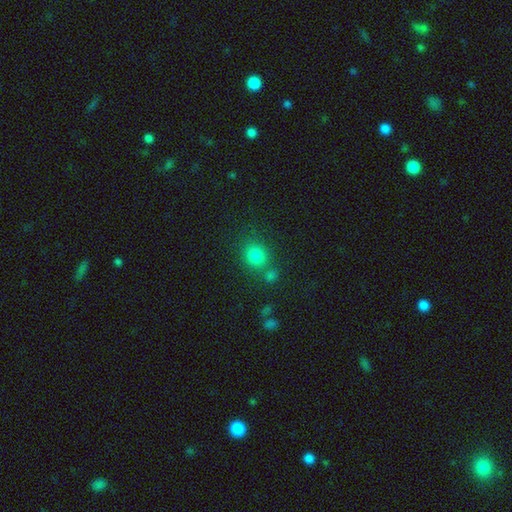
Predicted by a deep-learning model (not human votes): Overall: smooth (80%). How rounded: round (77%). Merging: none (64%).